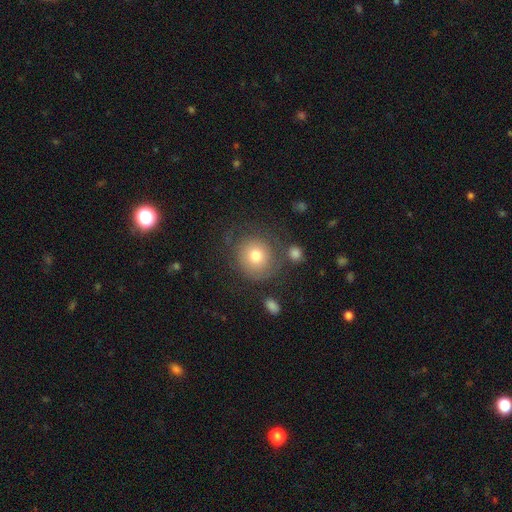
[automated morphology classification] smooth_or_featured: smooth (p=0.70) [alt: featured or disk p=0.20]
how_rounded: round (p=0.88) [alt: in between p=0.12]
merging: none (p=0.67) [alt: minor disturbance p=0.16]